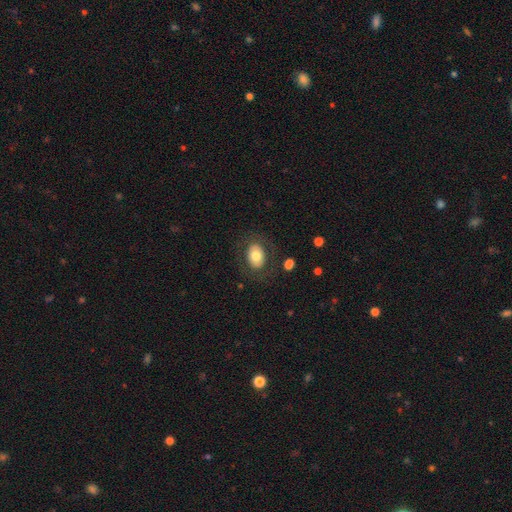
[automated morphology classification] smooth_or_featured: smooth (p=0.71) [alt: featured or disk p=0.21]
how_rounded: in between (p=0.73) [alt: round p=0.25]
merging: none (p=0.80) [alt: minor disturbance p=0.11]